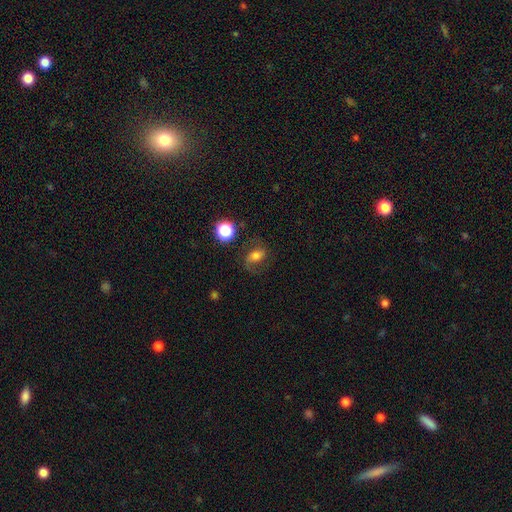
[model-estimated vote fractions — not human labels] smooth-or-featured: featured or disk: 48% | smooth: 37% | star or artifact: 15%
  merging: none: 68% | minor disturbance: 17% | major disturbance: 13% | merger: 2%